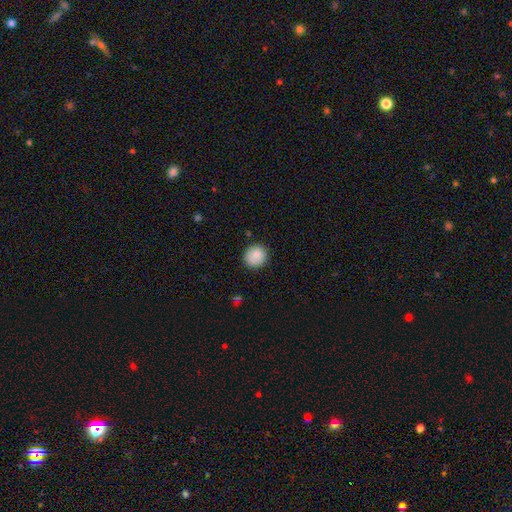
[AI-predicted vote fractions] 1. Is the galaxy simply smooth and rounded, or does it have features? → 86% smooth, 8% star or artifact, 6% featured or disk.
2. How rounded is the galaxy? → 91% round, 8% in between, 1% cigar-shaped.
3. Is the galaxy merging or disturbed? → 85% none, 11% minor disturbance, 2% major disturbance, 1% merger.